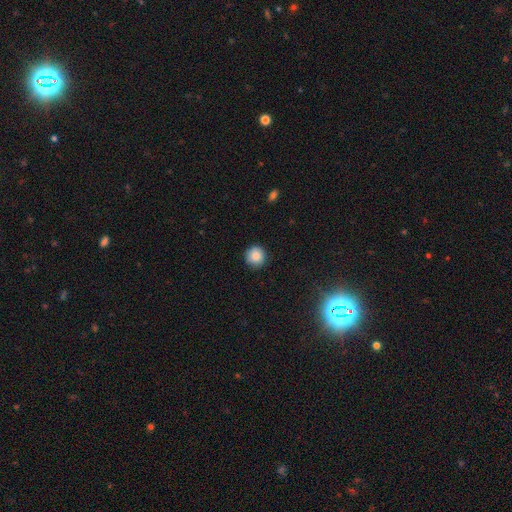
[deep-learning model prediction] A smooth galaxy with no disk features (85%) that is round (94%). Merging: none (90%).